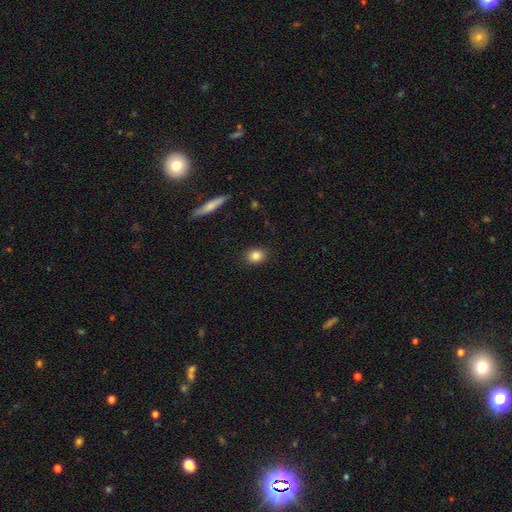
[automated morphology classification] A smooth galaxy with no disk features (84%) that is round (55%). Merging: none (89%).